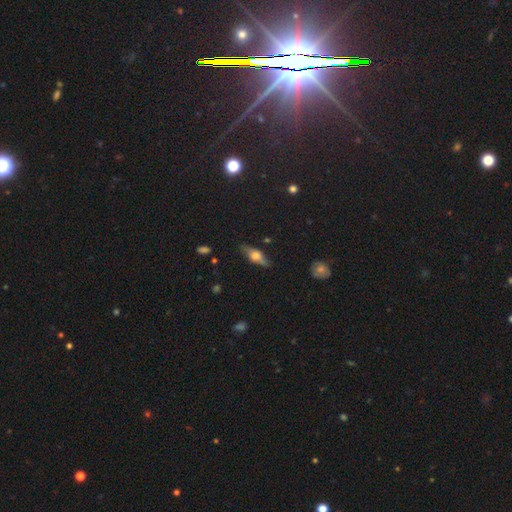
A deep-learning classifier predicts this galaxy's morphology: This appears to be a featured or disk galaxy (53%) viewed edge-on (88%). Merging: none (81%).